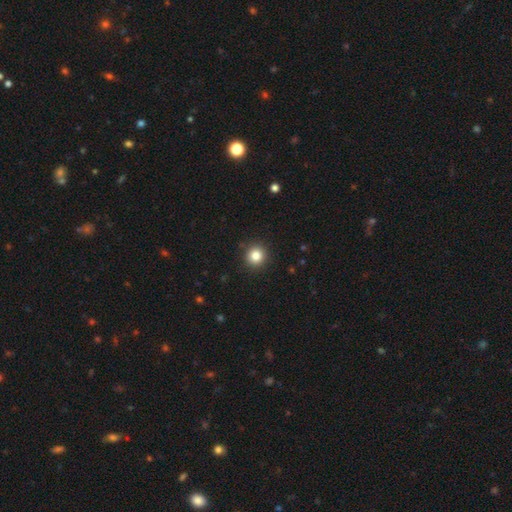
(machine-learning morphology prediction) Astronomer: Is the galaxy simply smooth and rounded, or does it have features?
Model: smooth — 84%.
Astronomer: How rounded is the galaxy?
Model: round — 93%.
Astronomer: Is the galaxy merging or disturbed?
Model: none — 91%.